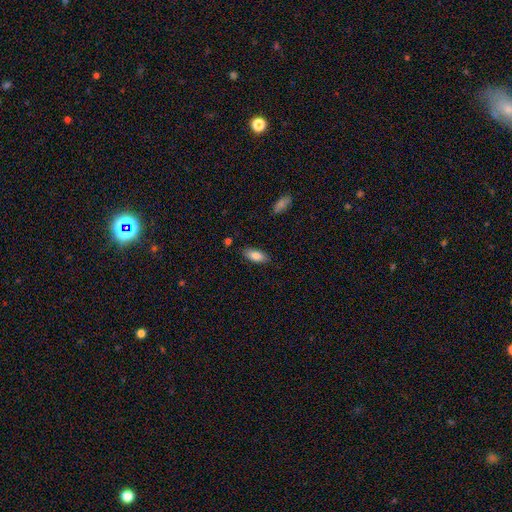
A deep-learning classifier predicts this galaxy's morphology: The model was most divided on "merging": none: 84%, minor disturbance: 12%, major disturbance: 2%, merger: 2%. More confident: how rounded — in between (86%); smooth or featured — smooth (84%).